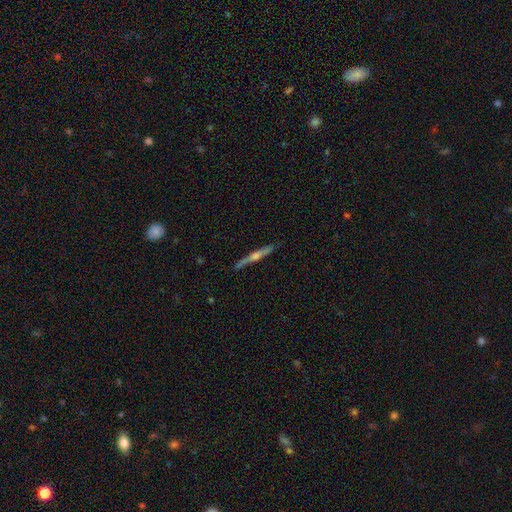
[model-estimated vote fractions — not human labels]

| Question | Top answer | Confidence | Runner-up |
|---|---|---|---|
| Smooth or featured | featured or disk | 78% | smooth (16%) |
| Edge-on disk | yes | 98% | no (2%) |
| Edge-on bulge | rounded | 84% | none (9%) |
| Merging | none | 89% | minor disturbance (8%) |